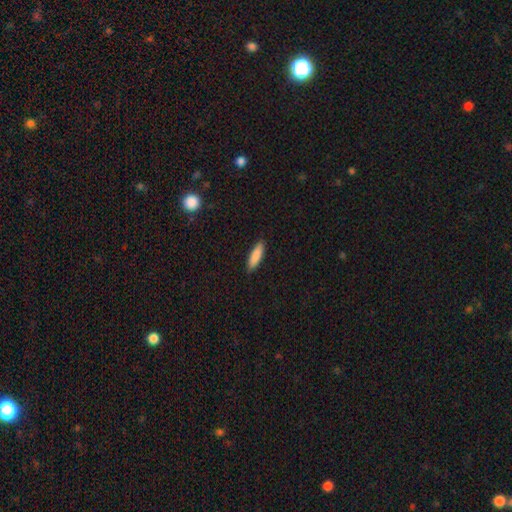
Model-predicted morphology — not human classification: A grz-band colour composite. It shows a smooth galaxy with no disk features (87%) that is cigar-shaped (59%). Merging: none (89%).